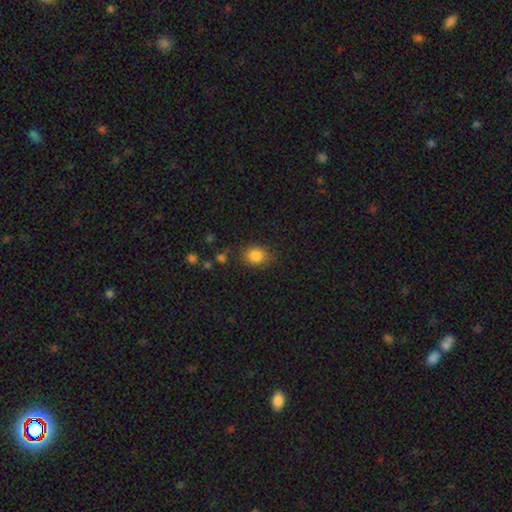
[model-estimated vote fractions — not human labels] Morphology: type=smooth (85%); roundness=round (65%); merging=none (79%).